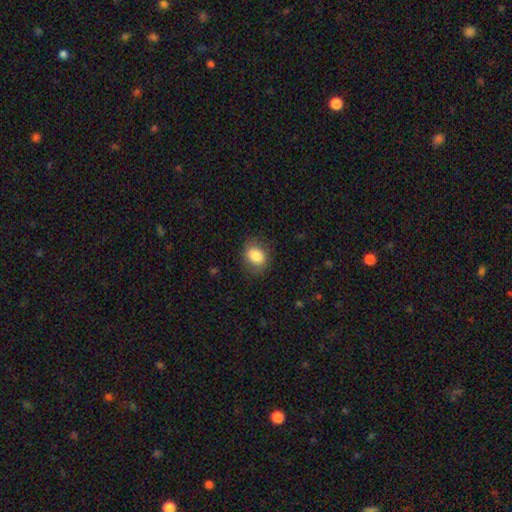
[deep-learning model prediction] smooth 84%, star or artifact 8%, featured or disk 8%. Down the decision tree: how rounded — in between (60%); merging — none (78%).